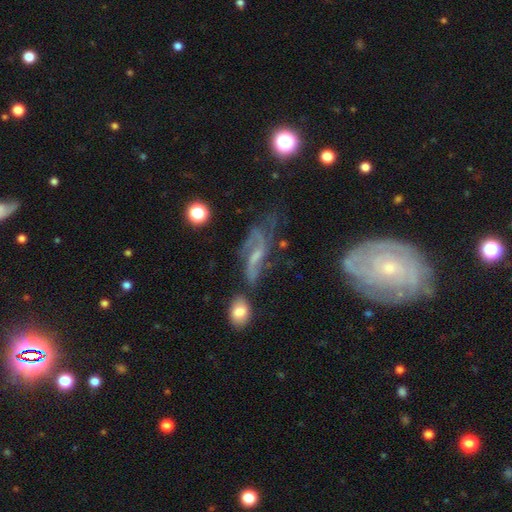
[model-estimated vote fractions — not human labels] Smooth or featured? Predicted: featured or disk (p=0.75). Edge-on disk? Predicted: no (p=0.87). Bar? Predicted: weak (p=0.46). Spiral arms? Predicted: yes (p=0.85). Spiral winding? Predicted: loose (p=0.53). Spiral arm count? Predicted: 2 (p=0.68). Bulge size? Predicted: small (p=0.50). Merging? Predicted: none (p=0.43).